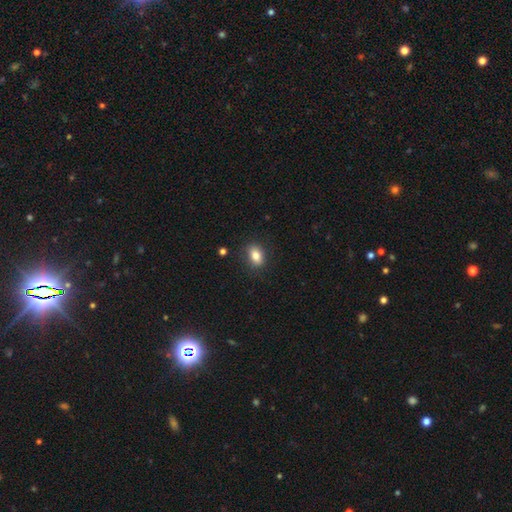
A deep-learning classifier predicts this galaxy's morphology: smooth_or_featured: smooth (p=0.83) [alt: star or artifact p=0.09]
how_rounded: in between (p=0.80) [alt: round p=0.18]
merging: none (p=0.85) [alt: minor disturbance p=0.10]